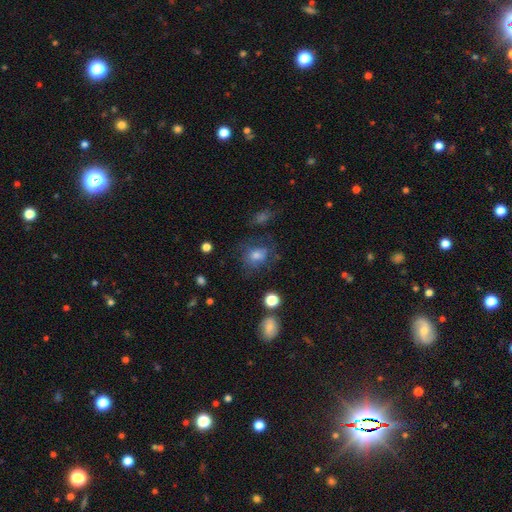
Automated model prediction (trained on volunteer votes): This is likely a smooth galaxy (63%). How rounded: possibly in between (50%). Merging: possibly none (55%).